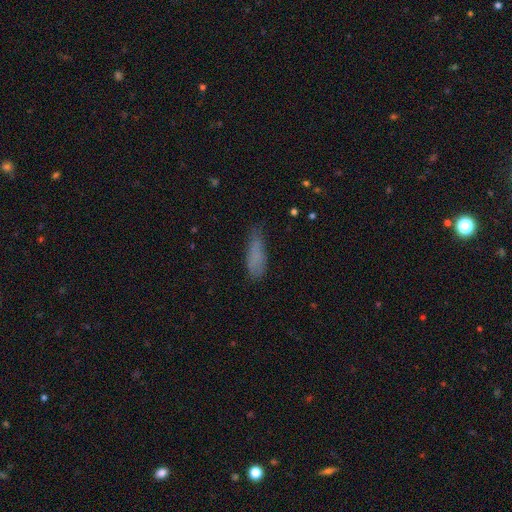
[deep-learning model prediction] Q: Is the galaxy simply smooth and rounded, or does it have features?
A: smooth — 76%.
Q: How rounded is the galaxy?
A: cigar-shaped — 51%.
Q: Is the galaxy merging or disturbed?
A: none — 57%.